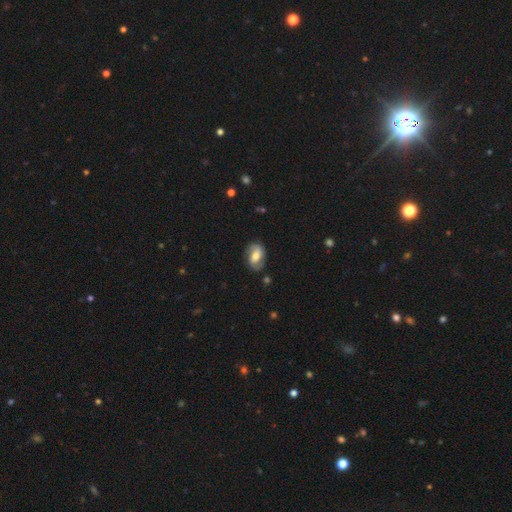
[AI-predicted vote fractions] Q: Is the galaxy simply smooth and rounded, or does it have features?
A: featured or disk — 60%.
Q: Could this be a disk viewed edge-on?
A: no — 96%.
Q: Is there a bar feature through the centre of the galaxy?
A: weak — 42%.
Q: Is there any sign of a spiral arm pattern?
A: yes — 83%.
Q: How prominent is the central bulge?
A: moderate — 58%.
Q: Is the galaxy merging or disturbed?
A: none — 77%.